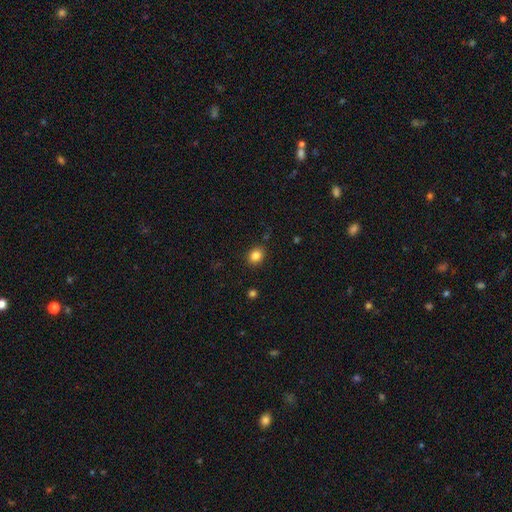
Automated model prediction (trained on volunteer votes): A smooth galaxy with no disk features (84%) that is round (57%). Merging: none (88%).